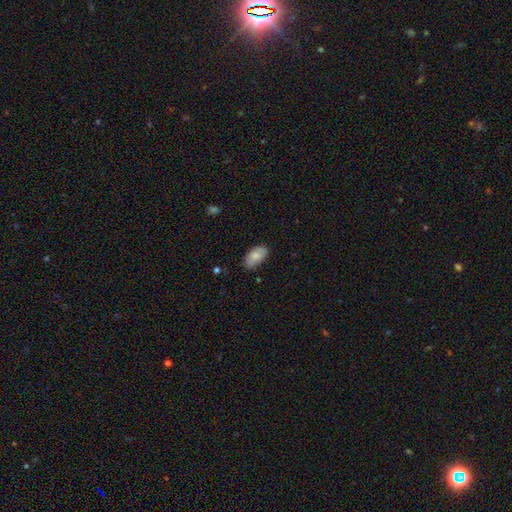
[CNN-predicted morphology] This appears to be a smooth galaxy with no disk features (75%) that is in between round and cigar-shaped (94%). Merging: none (67%).